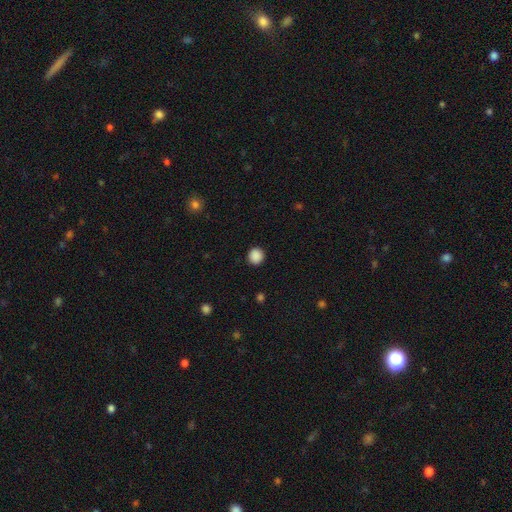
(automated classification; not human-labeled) smooth_or_featured: smooth (p=0.88) [alt: star or artifact p=0.09]
how_rounded: round (p=0.92) [alt: in between p=0.07]
merging: none (p=0.91) [alt: minor disturbance p=0.06]